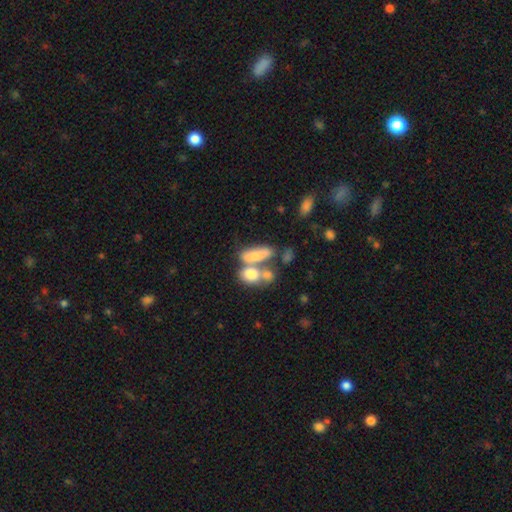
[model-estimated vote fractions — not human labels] Overall: smooth (69%). How rounded: in between (68%). Merging: merger (49%; none 32%).